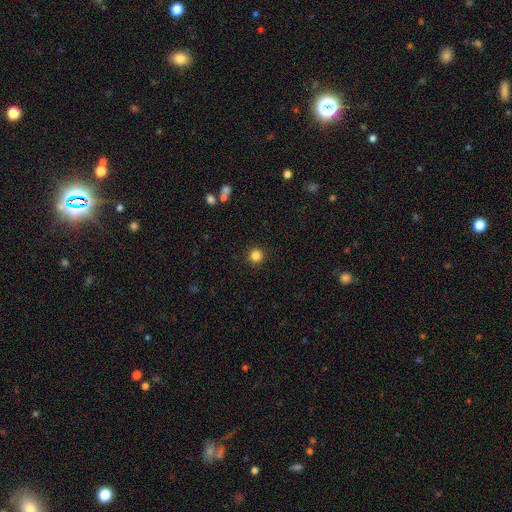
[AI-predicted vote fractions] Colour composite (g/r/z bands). It shows a smooth galaxy with no disk features (84%) that is round (96%). Merging: none (93%).